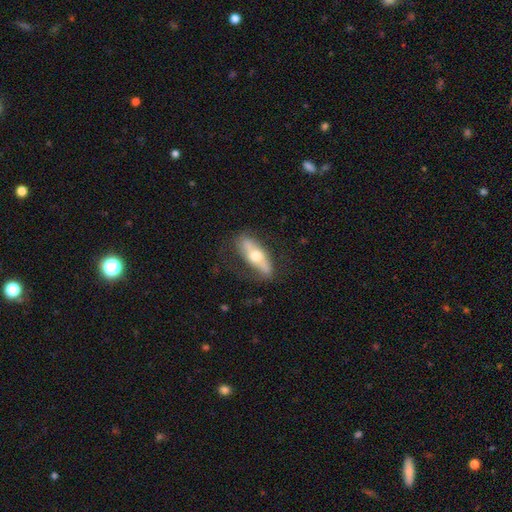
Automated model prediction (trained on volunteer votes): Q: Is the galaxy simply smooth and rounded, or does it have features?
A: featured or disk — 51%.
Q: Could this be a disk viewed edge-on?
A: yes — 59%.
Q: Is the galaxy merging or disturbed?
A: none — 73%.